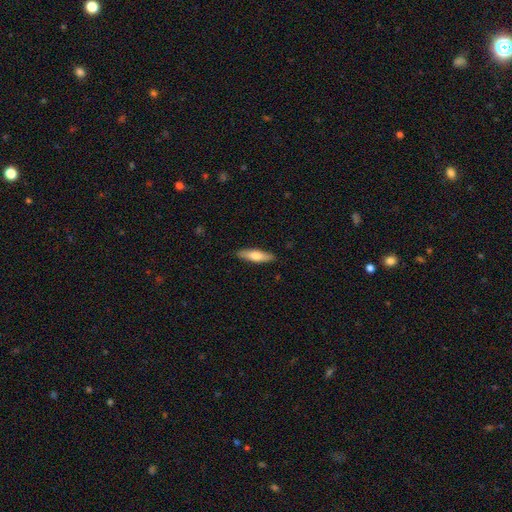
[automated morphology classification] type=smooth (68%); roundness=cigar-shaped (66%); merging=none (88%).